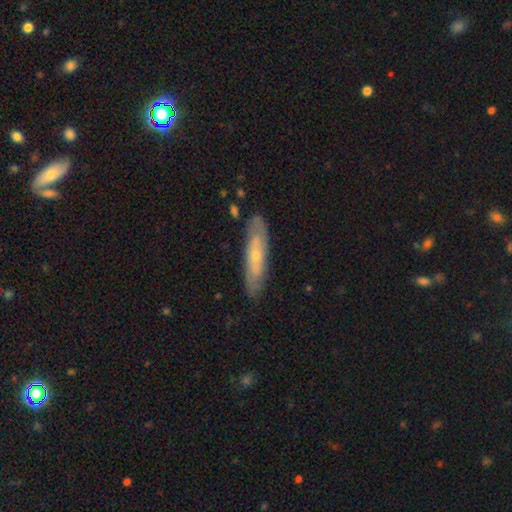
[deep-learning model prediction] A featured or disk galaxy (56%). Merging: none (81%).